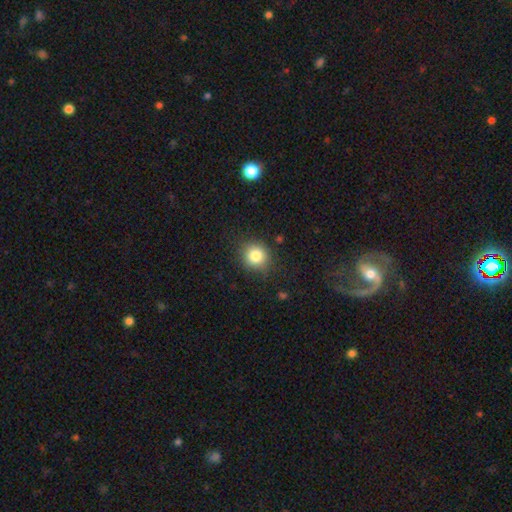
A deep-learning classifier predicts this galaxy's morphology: A smooth galaxy with no disk features (82%) that is round (86%). Merging: none (84%).